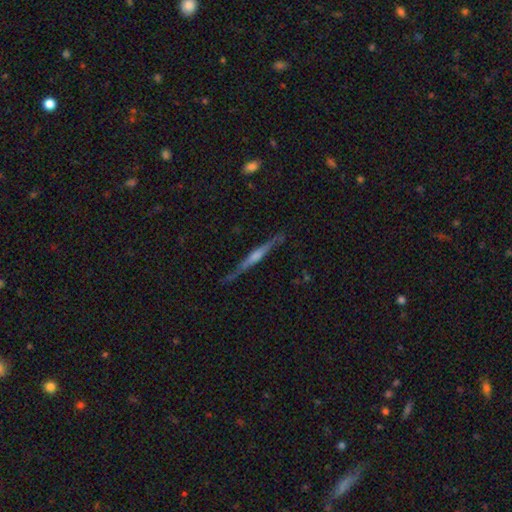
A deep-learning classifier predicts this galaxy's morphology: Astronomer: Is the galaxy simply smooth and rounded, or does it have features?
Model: featured or disk — 80%.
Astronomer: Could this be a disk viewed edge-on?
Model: yes — 98%.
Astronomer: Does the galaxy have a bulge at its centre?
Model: rounded — 76%.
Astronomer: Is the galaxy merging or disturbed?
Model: none — 89%.